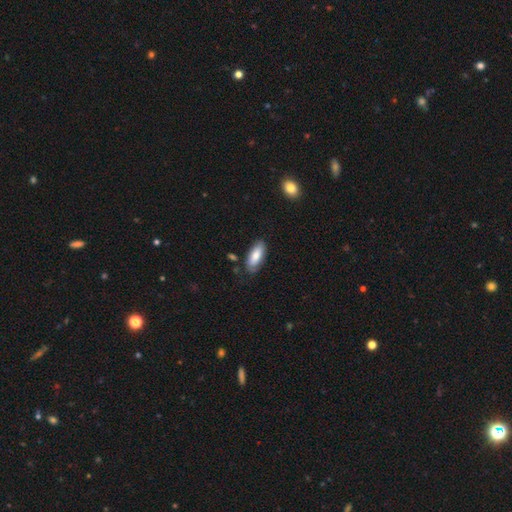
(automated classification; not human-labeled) Smooth or featured? Predicted: smooth (p=0.75). How rounded? Predicted: in between (p=0.84). Merging? Predicted: none (p=0.75).